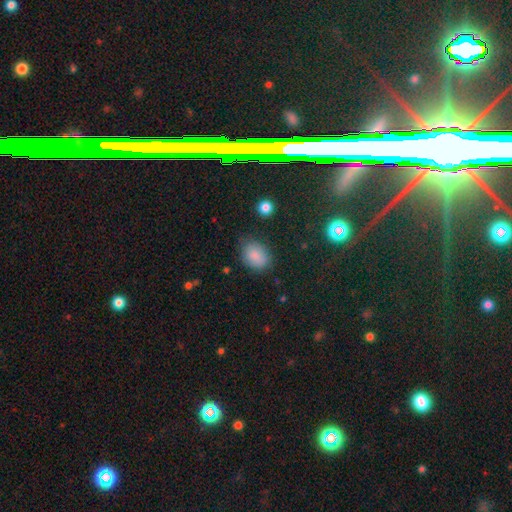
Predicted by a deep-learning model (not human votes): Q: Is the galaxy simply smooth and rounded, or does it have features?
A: smooth — 83%.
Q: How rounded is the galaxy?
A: in between — 67%.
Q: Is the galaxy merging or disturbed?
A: none — 71%.